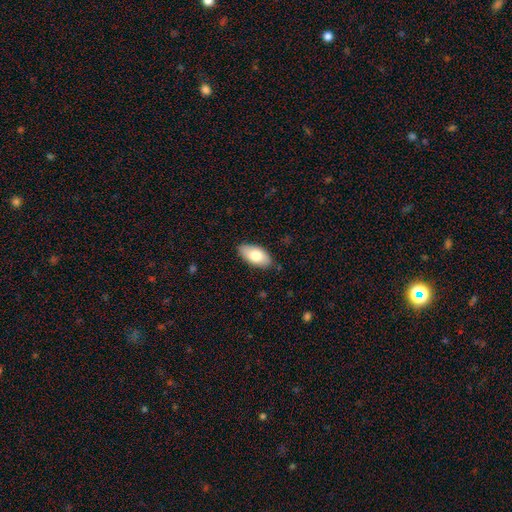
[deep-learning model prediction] smooth 77%, featured or disk 17%, star or artifact 6%. Down the decision tree: how rounded — in between (94%); merging — none (85%).